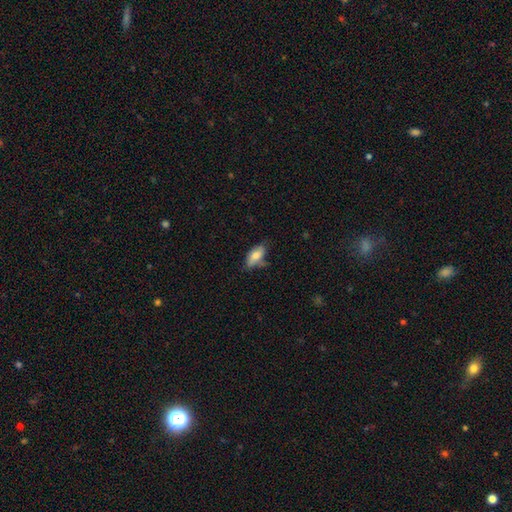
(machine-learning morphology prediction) The model was most divided on "merging": none: 49%, minor disturbance: 34%, major disturbance: 11%, merger: 5%. More confident: how rounded — in between (87%); smooth or featured — smooth (72%).